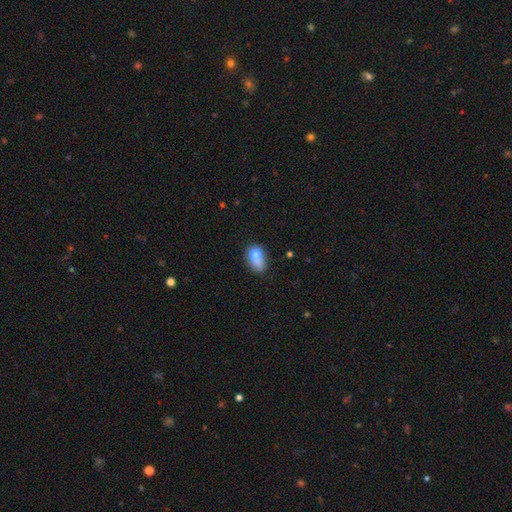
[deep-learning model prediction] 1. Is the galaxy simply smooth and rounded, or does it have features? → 74% smooth, 16% featured or disk, 10% star or artifact.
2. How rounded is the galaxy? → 79% in between, 18% round, 3% cigar-shaped.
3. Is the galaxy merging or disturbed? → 39% none, 31% minor disturbance, 16% merger, 14% major disturbance.